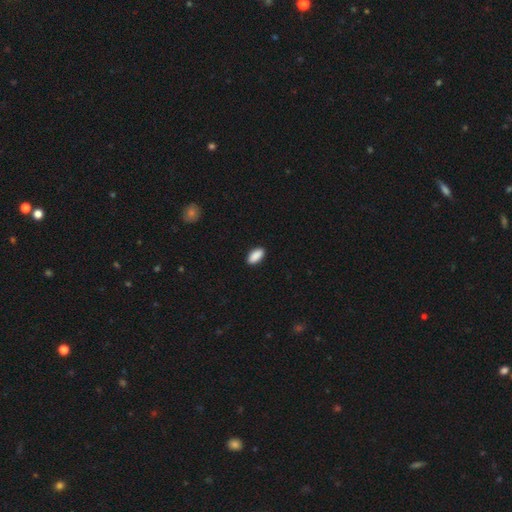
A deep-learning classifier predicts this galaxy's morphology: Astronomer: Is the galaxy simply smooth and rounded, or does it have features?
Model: smooth — 91%.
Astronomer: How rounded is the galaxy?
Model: in between — 91%.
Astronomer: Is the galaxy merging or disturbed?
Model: none — 90%.